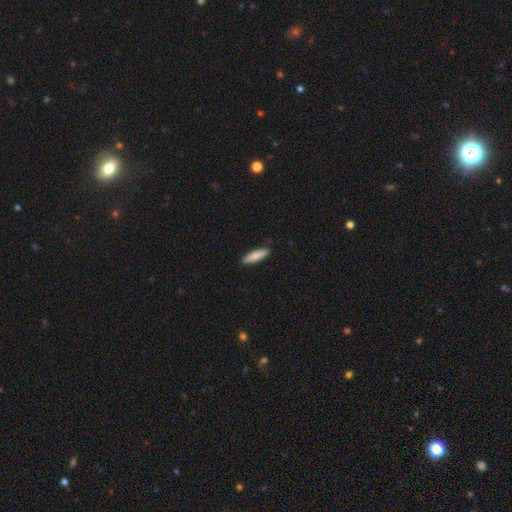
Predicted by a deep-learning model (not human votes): Overall: smooth (82%). How rounded: cigar-shaped (73%). Merging: none (90%).